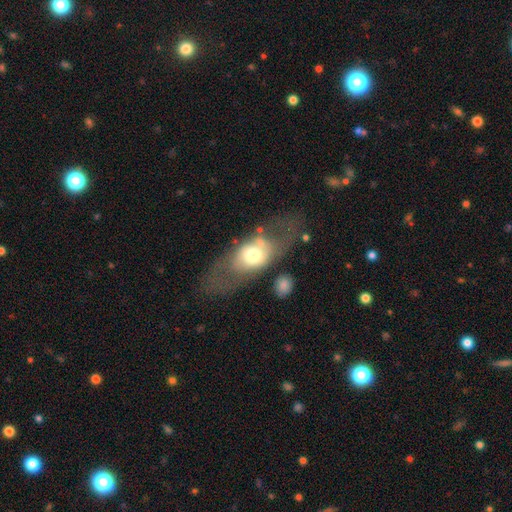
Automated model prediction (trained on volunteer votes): A featured or disk galaxy (52%).

Vote fractions:
- Smooth or featured? featured or disk: 52% / smooth: 41% / star or artifact: 7%
- Edge-on disk? no: 79% / yes: 21%
- Merging? none: 65% / minor disturbance: 16% / major disturbance: 14% / merger: 5%